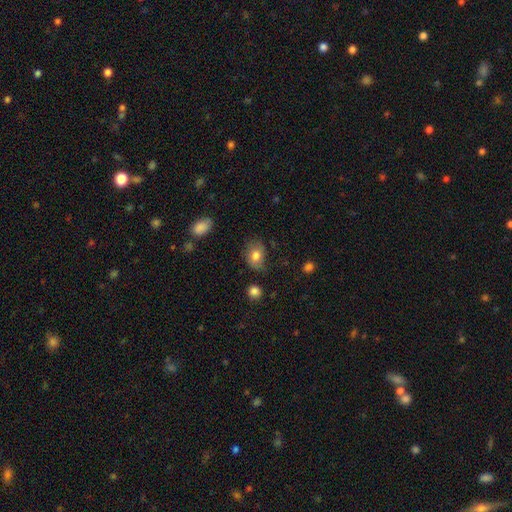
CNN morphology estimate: Smooth or featured? smooth (76%)
How rounded? in between (67%)
Merging? none (60%)